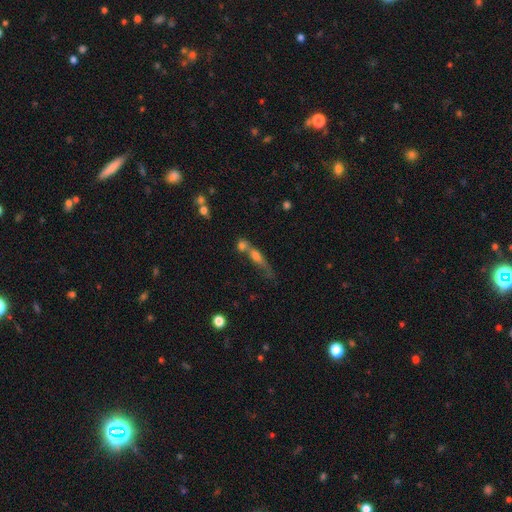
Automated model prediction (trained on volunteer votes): This appears to be a smooth galaxy with no disk features (49%). Merging: merger (51%).